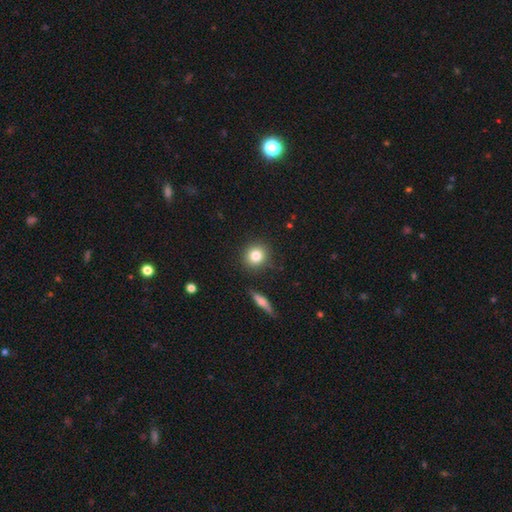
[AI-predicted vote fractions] A smooth galaxy with no disk features (81%) that is round (88%). Merging: none (88%).